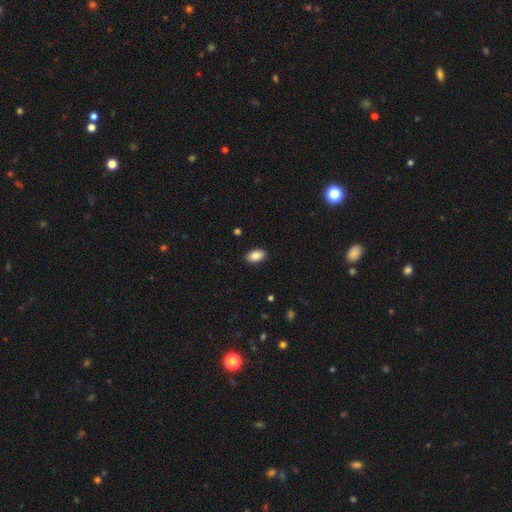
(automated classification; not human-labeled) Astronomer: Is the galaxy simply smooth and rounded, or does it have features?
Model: smooth — 89%.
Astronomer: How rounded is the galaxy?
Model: in between — 92%.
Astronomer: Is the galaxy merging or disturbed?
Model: none — 90%.